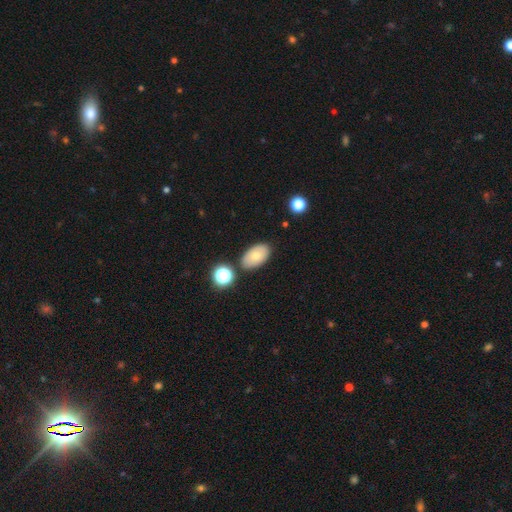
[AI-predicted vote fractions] smooth 73%, featured or disk 18%, star or artifact 9%. Down the decision tree: how rounded — in between (92%); merging — none (82%).